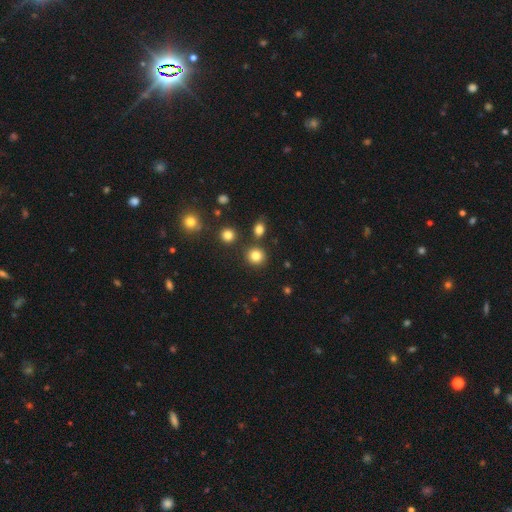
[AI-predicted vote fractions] A smooth galaxy with no disk features (83%) that is round (89%). Merging: none (85%).